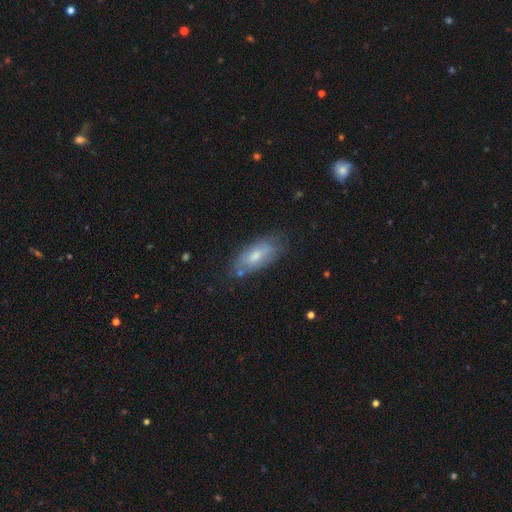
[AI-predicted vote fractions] smooth 64%, featured or disk 29%, star or artifact 7%. Down the decision tree: how rounded — in between (83%); merging — none (66%).